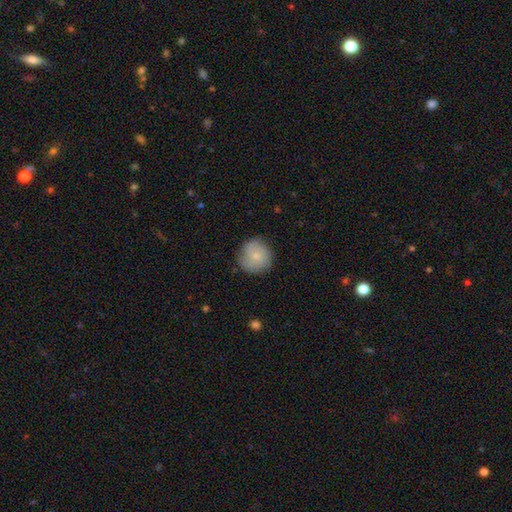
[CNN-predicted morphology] The model was most divided on "smooth or featured": smooth: 68%, featured or disk: 25%, star or artifact: 7%. More confident: how rounded — round (92%); merging — none (79%).